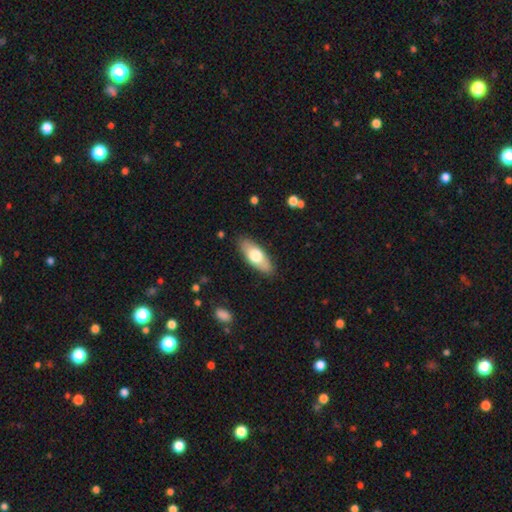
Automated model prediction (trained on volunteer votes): Smooth or featured: smooth — 67% (featured or disk — 27%)
How rounded: in between — 74% (cigar-shaped — 24%)
Merging: none — 87% (minor disturbance — 10%)